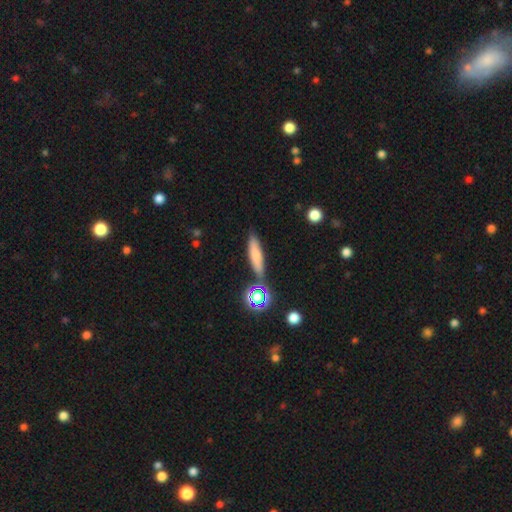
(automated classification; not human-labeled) This is likely a smooth galaxy (68%). How rounded: likely cigar-shaped (72%). Merging: likely none (73%).